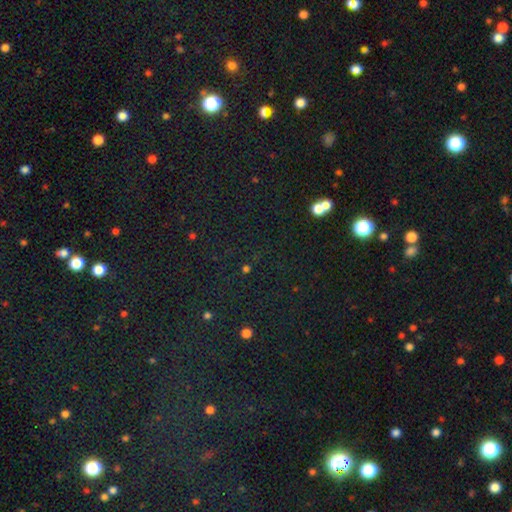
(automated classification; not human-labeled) The model was most divided on "smooth or featured": star or artifact: 76%, smooth: 16%, featured or disk: 8%.